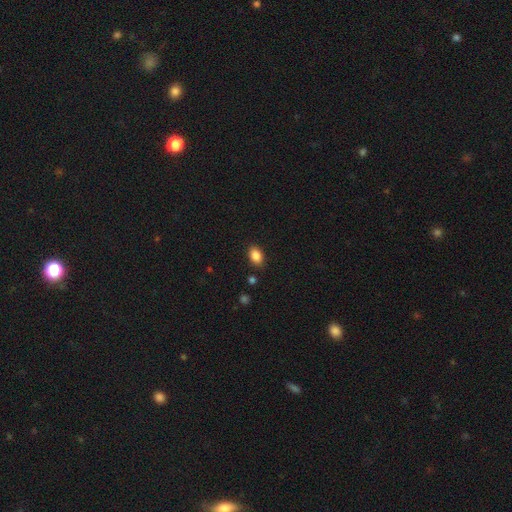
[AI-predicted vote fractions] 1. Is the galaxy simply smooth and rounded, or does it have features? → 87% smooth, 9% star or artifact, 5% featured or disk.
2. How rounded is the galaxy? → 83% in between, 16% round, 1% cigar-shaped.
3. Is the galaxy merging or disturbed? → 86% none, 9% minor disturbance, 2% major disturbance, 2% merger.